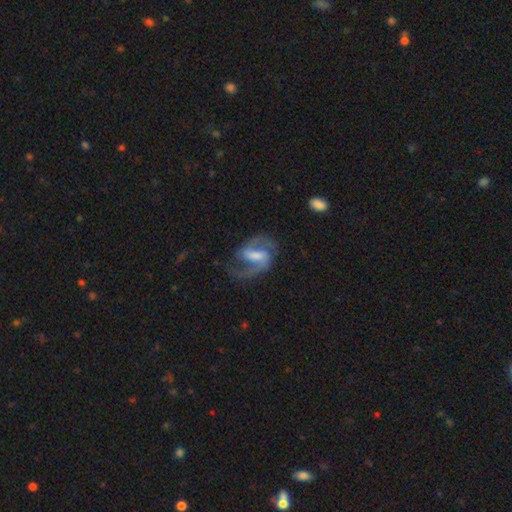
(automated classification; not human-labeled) This is clearly a featured or disk galaxy (89%). It is clearly not viewed edge-on (98%). Bar: marginally weak (45%). Spiral arm pattern: clearly yes (97%). Spiral arm count: clearly 2 (91%). Spiral winding: likely medium (60%). Central bulge: marginally moderate (42%). Merging: likely none (72%).